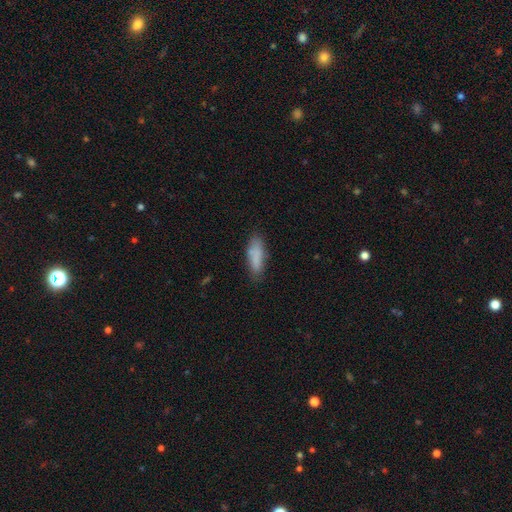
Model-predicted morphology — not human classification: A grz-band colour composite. It shows a smooth galaxy with no disk features (81%) that is in between round and cigar-shaped (52%). Merging: none (71%).